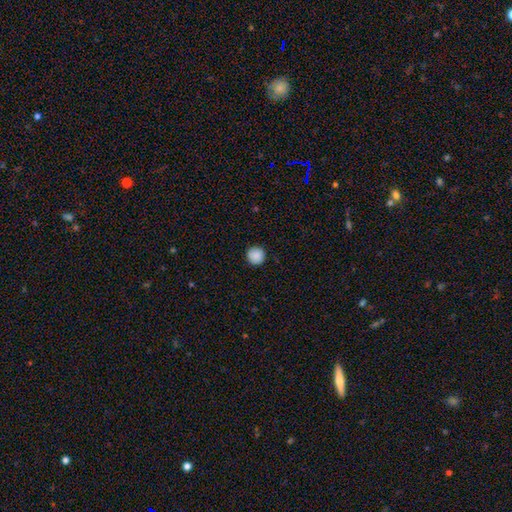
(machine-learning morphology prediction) smooth_or_featured: smooth (p=0.88) [alt: star or artifact p=0.09]
how_rounded: round (p=0.95) [alt: in between p=0.04]
merging: none (p=0.91) [alt: minor disturbance p=0.07]